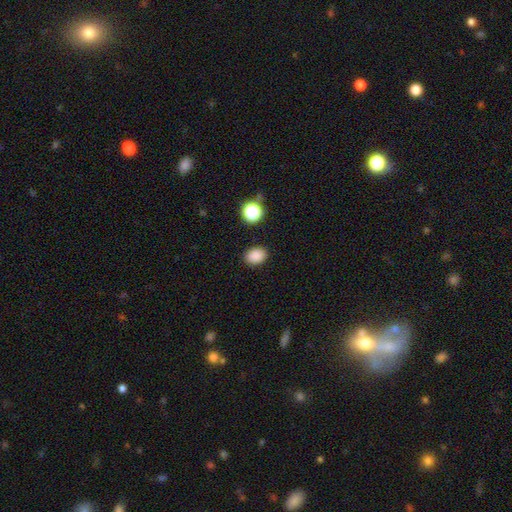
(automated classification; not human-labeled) Smooth or featured? Predicted: smooth (p=0.86). How rounded? Predicted: in between (p=0.63). Merging? Predicted: none (p=0.88).